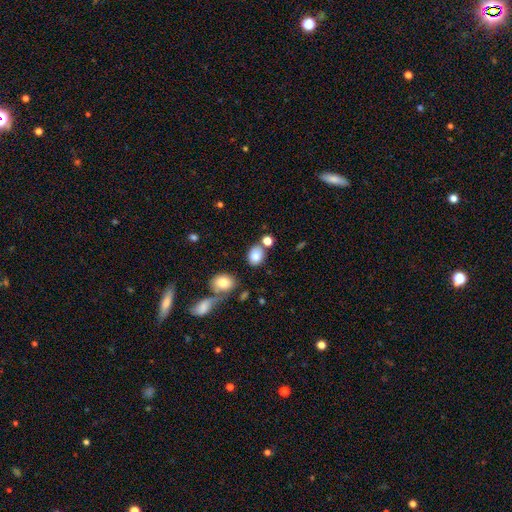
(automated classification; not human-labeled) Morphology: type=smooth (83%); roundness=in between (62%); merging=none (68%).